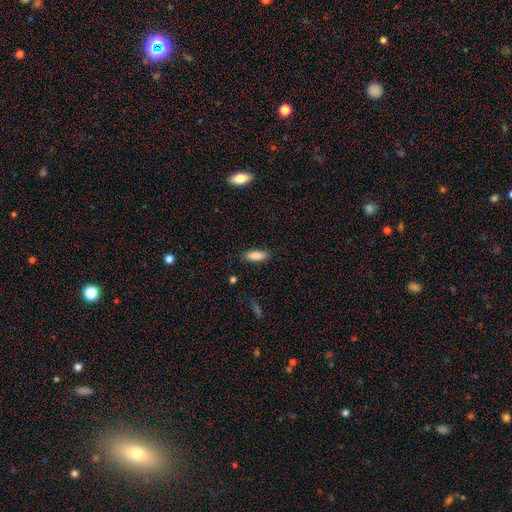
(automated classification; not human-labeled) A smooth galaxy with no disk features (87%) that is in between round and cigar-shaped (67%).

Vote fractions:
- Smooth or featured? smooth: 87% / star or artifact: 7% / featured or disk: 7%
- How rounded? in between: 67% / cigar-shaped: 31% / round: 2%
- Merging? none: 85% / minor disturbance: 11% / major disturbance: 2% / merger: 1%